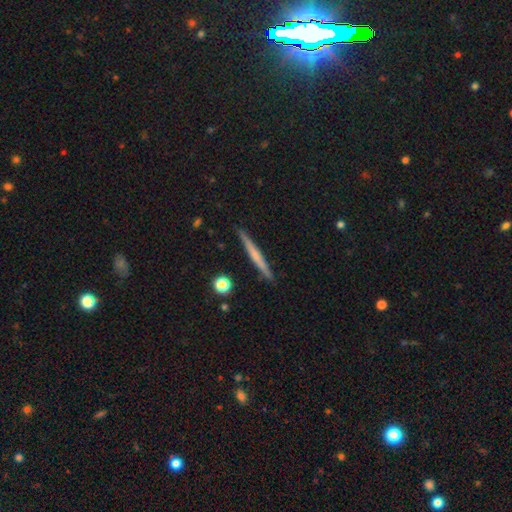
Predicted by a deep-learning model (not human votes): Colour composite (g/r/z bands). It shows a smooth galaxy with no disk features (48%). Merging: none (91%).